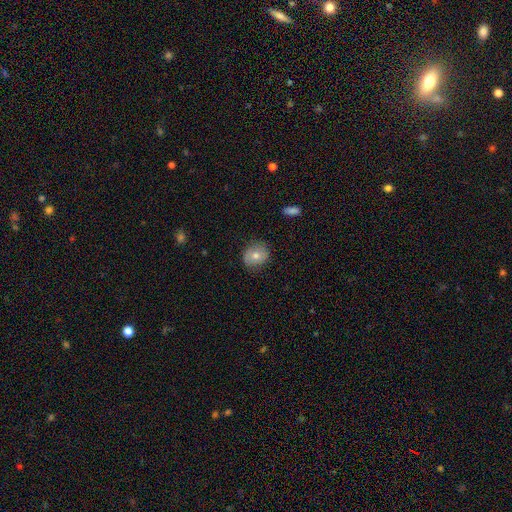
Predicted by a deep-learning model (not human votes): This appears to be a smooth galaxy with no disk features (69%) that is round (70%). Merging: none (81%).